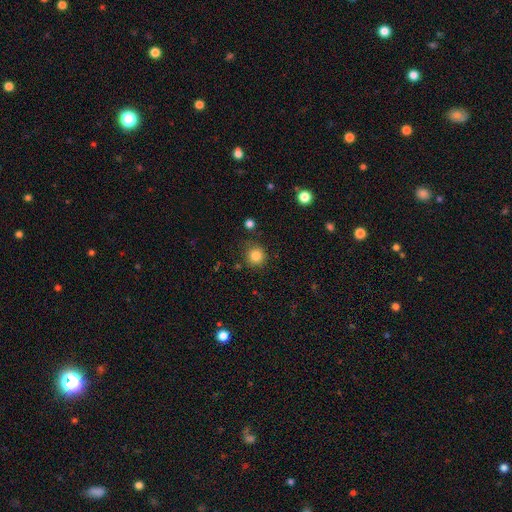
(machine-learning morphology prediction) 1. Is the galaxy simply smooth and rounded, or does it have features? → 84% smooth, 11% star or artifact, 5% featured or disk.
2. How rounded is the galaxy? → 93% round, 6% in between, 1% cigar-shaped.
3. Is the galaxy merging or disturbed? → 84% none, 10% minor disturbance, 3% major disturbance, 3% merger.